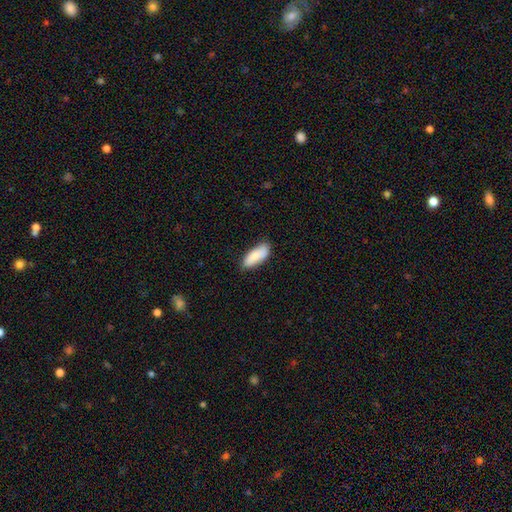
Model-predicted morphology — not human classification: smooth 82%, featured or disk 12%, star or artifact 6%. Down the decision tree: how rounded — in between (76%); merging — none (79%).